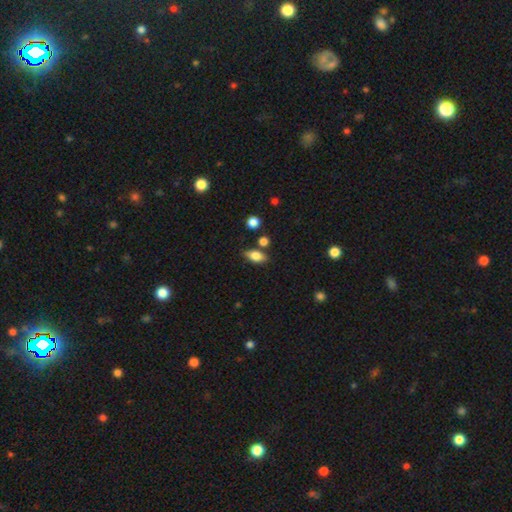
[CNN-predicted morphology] type=smooth (79%); roundness=in between (85%); merging=none (78%).